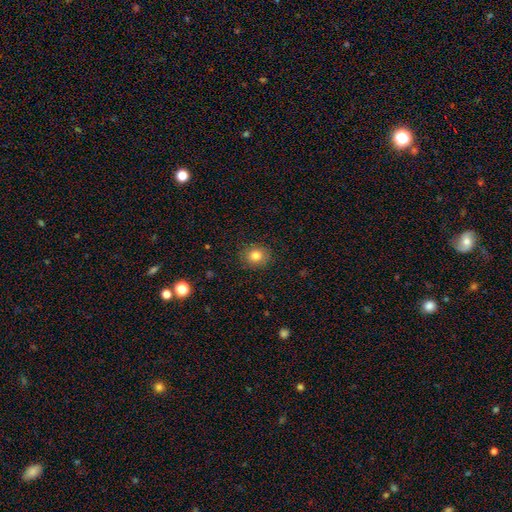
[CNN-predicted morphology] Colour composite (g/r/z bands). It shows a smooth galaxy with no disk features (81%) that is round (78%). Merging: none (89%).